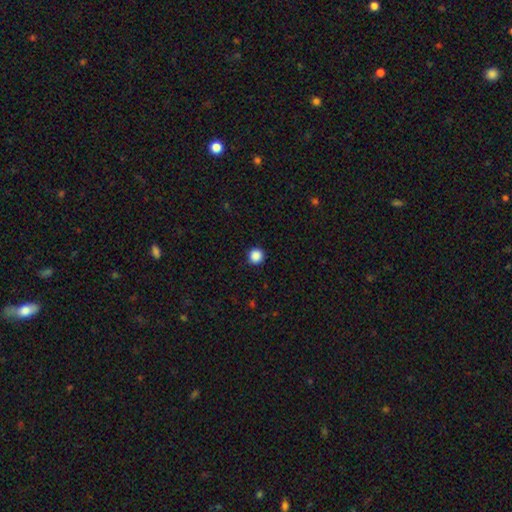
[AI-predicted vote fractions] Q: Smooth or featured?
A: smooth (88%); runner-up: star or artifact (10%)
Q: How rounded?
A: round (96%); runner-up: in between (3%)
Q: Merging?
A: none (92%); runner-up: minor disturbance (5%)